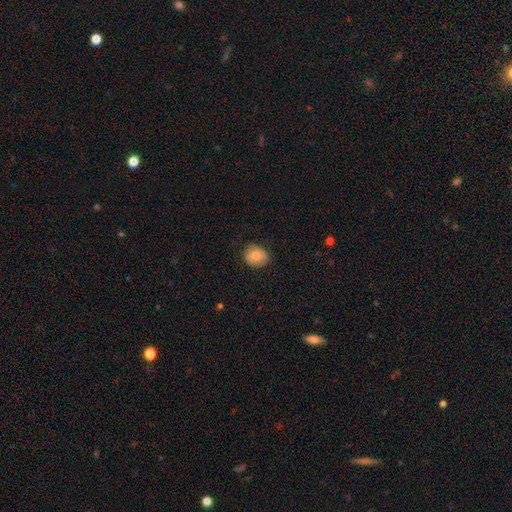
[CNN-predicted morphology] Smooth or featured? smooth (73%)
How rounded? round (71%)
Merging? none (83%)